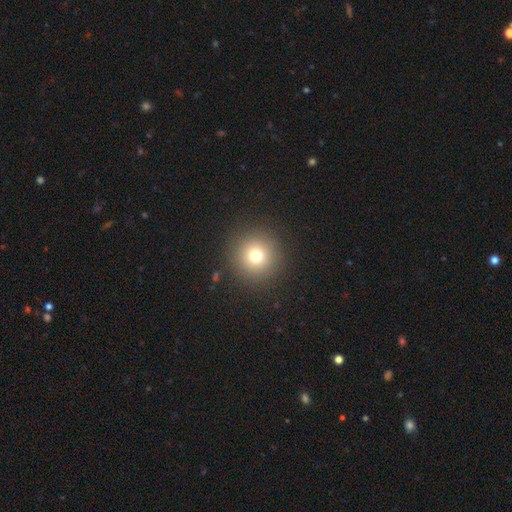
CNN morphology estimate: Smooth or featured? smooth (76%)
How rounded? round (95%)
Merging? none (90%)